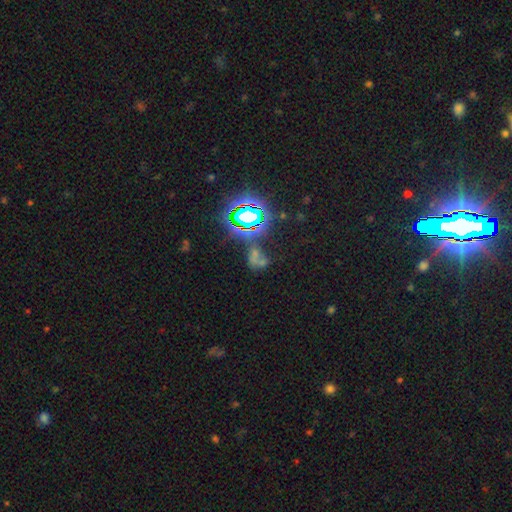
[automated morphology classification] Smooth or featured? star or artifact (50%)